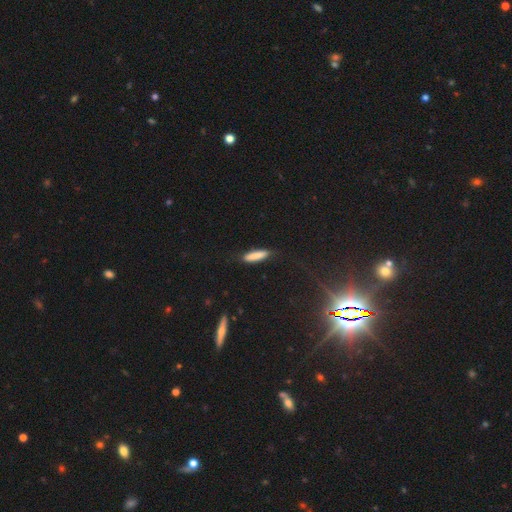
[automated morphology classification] type=smooth (83%); roundness=cigar-shaped (78%); merging=none (80%).